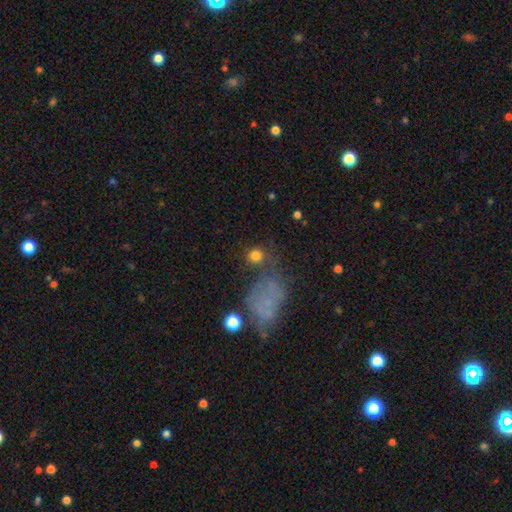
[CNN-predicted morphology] This appears to be a smooth galaxy with no disk features (79%) that is round (87%). Merging: none (67%).